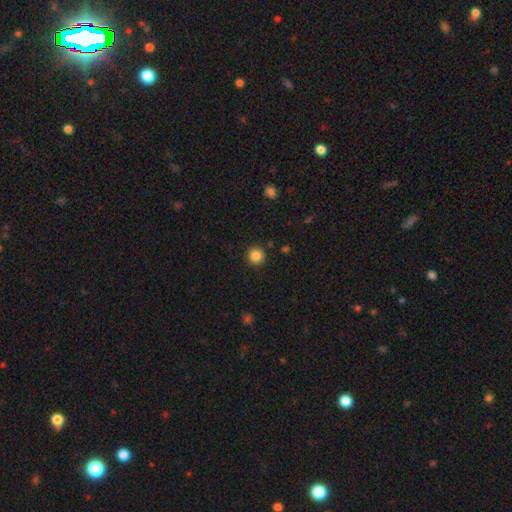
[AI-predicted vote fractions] The model was most divided on "smooth or featured": smooth: 86%, star or artifact: 11%, featured or disk: 4%. More confident: how rounded — round (95%); merging — none (92%).